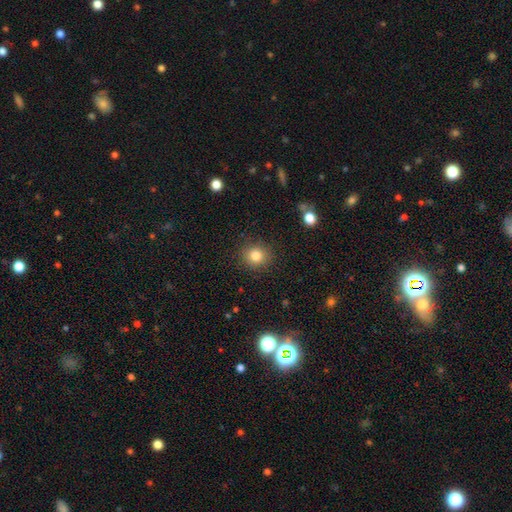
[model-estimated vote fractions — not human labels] smooth-or-featured: smooth: 82% | star or artifact: 12% | featured or disk: 6%
  how-rounded: round: 88% | in between: 11% | cigar-shaped: 1%
  merging: none: 89% | minor disturbance: 7% | major disturbance: 3% | merger: 1%